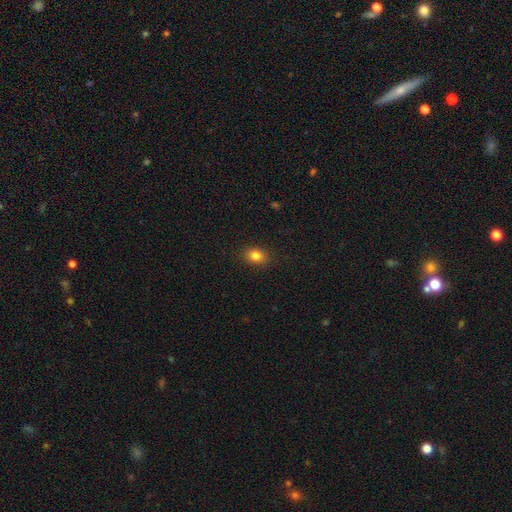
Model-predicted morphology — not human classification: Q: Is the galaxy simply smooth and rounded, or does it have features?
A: smooth — 83%.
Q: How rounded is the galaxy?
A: in between — 59%.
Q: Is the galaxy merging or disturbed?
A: none — 88%.